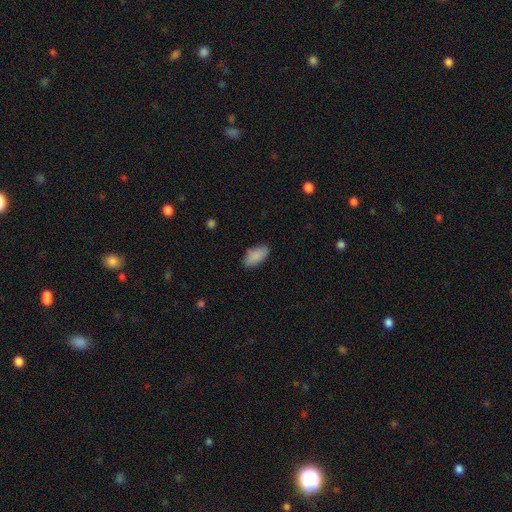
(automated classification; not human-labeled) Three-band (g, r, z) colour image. It shows a smooth galaxy with no disk features (88%) that is in between round and cigar-shaped (92%). Merging: none (84%).